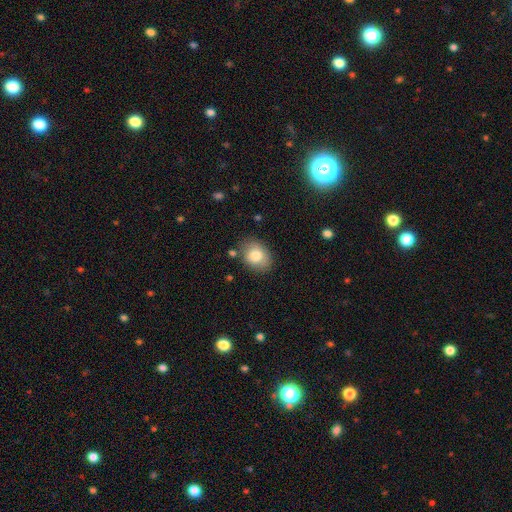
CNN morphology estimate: This appears to be a smooth galaxy with no disk features (80%) that is in between round and cigar-shaped (66%). Merging: none (79%).